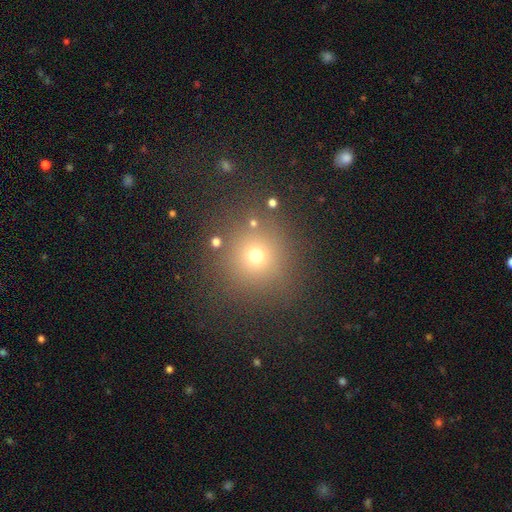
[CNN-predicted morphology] Smooth or featured? smooth (67%)
How rounded? round (92%)
Merging? none (82%)